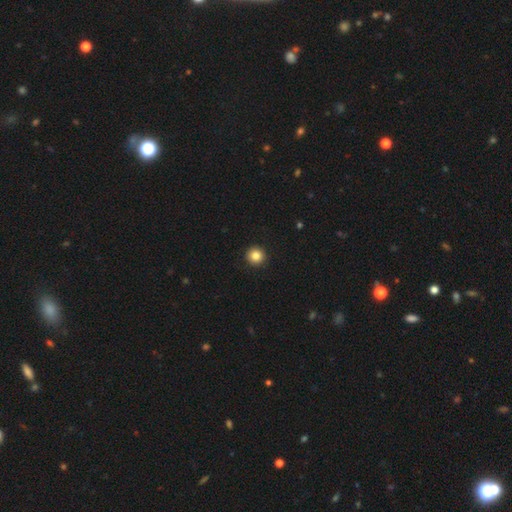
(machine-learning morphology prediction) A smooth galaxy with no disk features (84%) that is round (95%). Merging: none (93%).